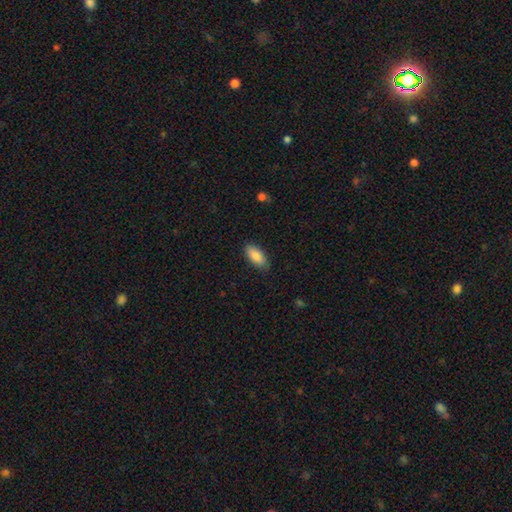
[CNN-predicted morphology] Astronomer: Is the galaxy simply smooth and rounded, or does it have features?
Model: smooth — 86%.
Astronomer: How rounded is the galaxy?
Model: in between — 89%.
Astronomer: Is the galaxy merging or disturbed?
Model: none — 85%.